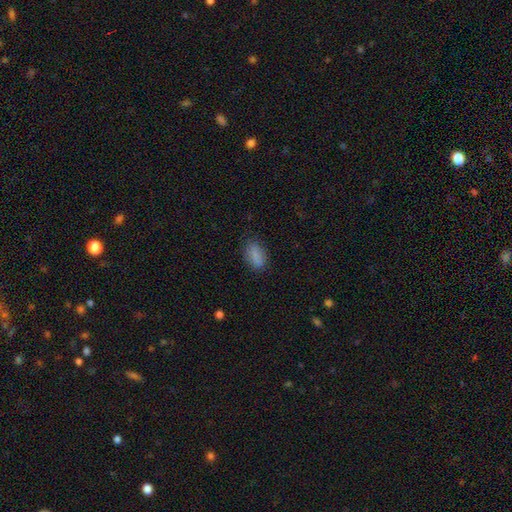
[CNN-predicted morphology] Smooth or featured? Predicted: smooth (p=0.85). How rounded? Predicted: in between (p=0.88). Merging? Predicted: none (p=0.80).